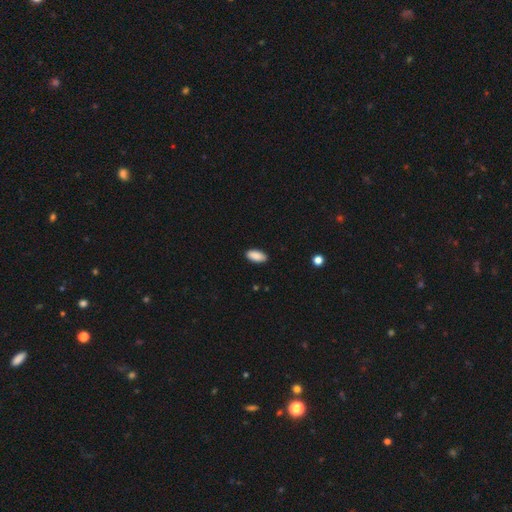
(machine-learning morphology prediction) type=smooth (90%); roundness=in between (91%); merging=none (89%).